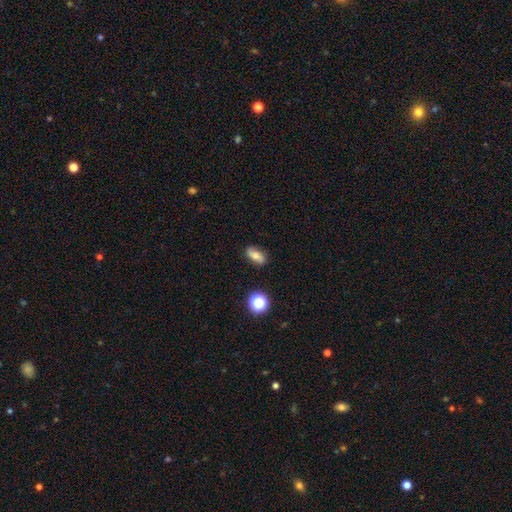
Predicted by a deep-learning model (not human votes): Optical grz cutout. It shows a smooth galaxy with no disk features (66%) that is in between round and cigar-shaped (79%). Merging: none (83%).